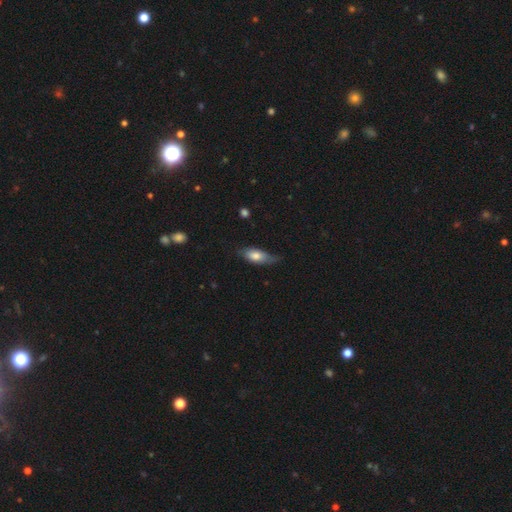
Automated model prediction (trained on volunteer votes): smooth_or_featured: smooth (p=0.72) [alt: featured or disk p=0.22]
how_rounded: in between (p=0.79) [alt: cigar-shaped p=0.18]
merging: none (p=0.50) [alt: minor disturbance p=0.37]